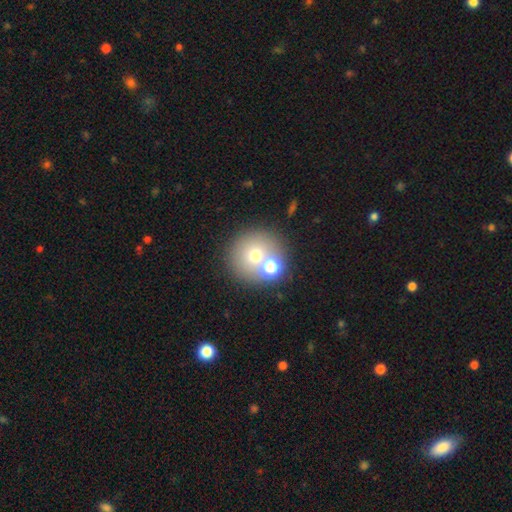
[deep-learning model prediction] Overall: smooth (65%). How rounded: round (91%). Merging: none (63%; merger 26%).